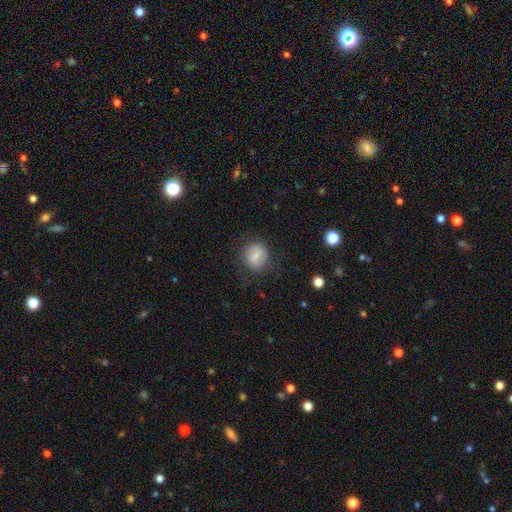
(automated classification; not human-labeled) smooth_or_featured: smooth (p=0.71) [alt: featured or disk p=0.21]
how_rounded: round (p=0.72) [alt: in between p=0.27]
merging: none (p=0.76) [alt: minor disturbance p=0.16]